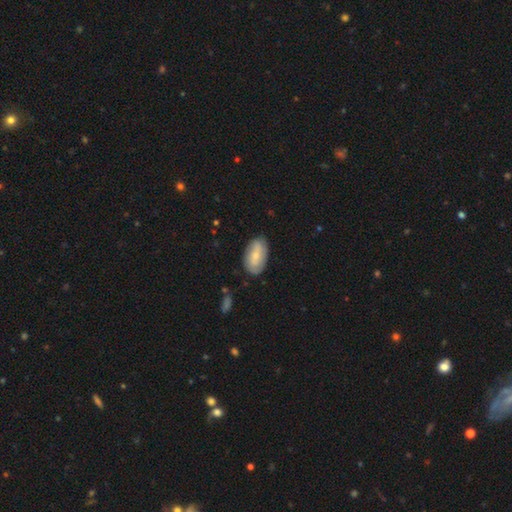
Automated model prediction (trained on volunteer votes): Smooth or featured? smooth (58%)
How rounded? in between (93%)
Merging? none (78%)